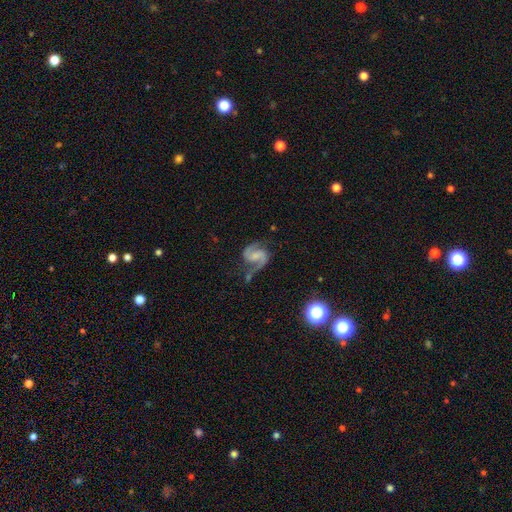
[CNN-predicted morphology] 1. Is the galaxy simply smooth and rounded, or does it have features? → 89% featured or disk, 5% smooth, 5% star or artifact.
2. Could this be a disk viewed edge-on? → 98% no, 2% yes.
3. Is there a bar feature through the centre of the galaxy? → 45% weak, 36% no, 18% strong.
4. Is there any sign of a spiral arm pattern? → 98% yes, 2% no.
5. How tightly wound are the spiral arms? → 57% medium, 28% loose, 16% tight.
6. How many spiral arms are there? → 92% 2, 3% 1, 2% can't tell, 1% 3, 1% 4, 1% more than 4.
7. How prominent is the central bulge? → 41% none, 31% small, 22% moderate, 4% large, 1% dominant.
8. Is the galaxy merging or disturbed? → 65% none, 19% minor disturbance, 11% major disturbance, 6% merger.